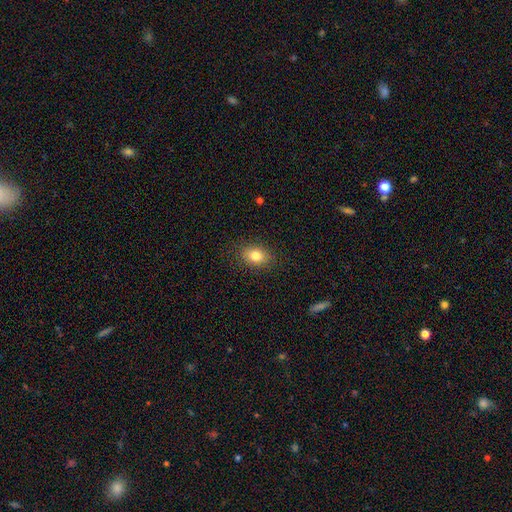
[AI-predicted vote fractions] Smooth or featured?
  - smooth: 81% *
  - star or artifact: 10%
  - featured or disk: 10%
How rounded?
  - in between: 72% *
  - round: 27%
  - cigar-shaped: 1%
Merging?
  - none: 87% *
  - minor disturbance: 10%
  - major disturbance: 3%
  - merger: 1%